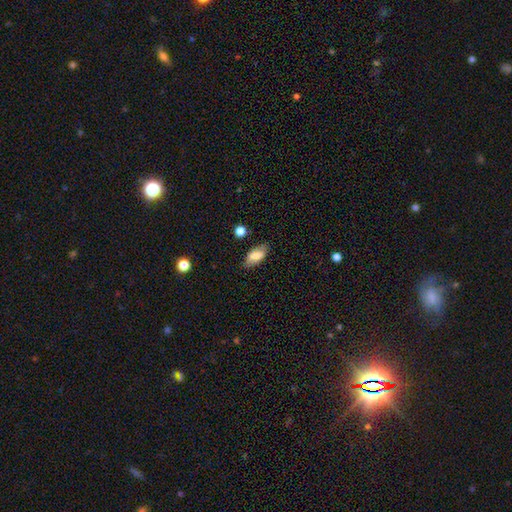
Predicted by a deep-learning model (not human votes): Smooth or featured? Predicted: smooth (p=0.75). How rounded? Predicted: in between (p=0.88). Merging? Predicted: none (p=0.80).